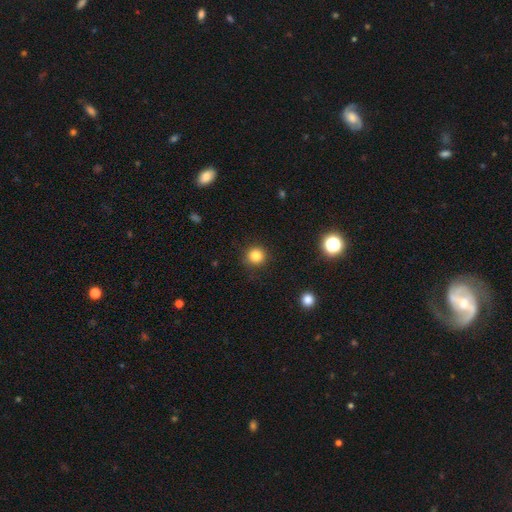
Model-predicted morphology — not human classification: A smooth galaxy with no disk features (83%) that is round (92%).

Vote fractions:
- Smooth or featured? smooth: 83% / star or artifact: 12% / featured or disk: 4%
- How rounded? round: 92% / in between: 7% / cigar-shaped: 1%
- Merging? none: 88% / minor disturbance: 8% / major disturbance: 3% / merger: 1%